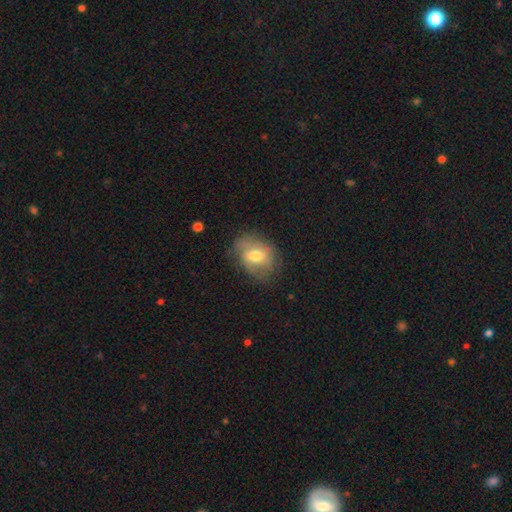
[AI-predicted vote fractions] smooth 52%, featured or disk 40%, star or artifact 8%. Down the decision tree: how rounded — in between (64%); merging — none (62%).